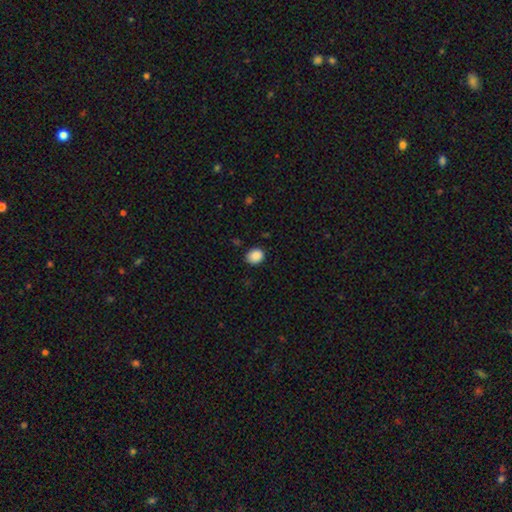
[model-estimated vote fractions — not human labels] smooth 89%, star or artifact 9%, featured or disk 3%. Down the decision tree: how rounded — round (55%); merging — none (85%).